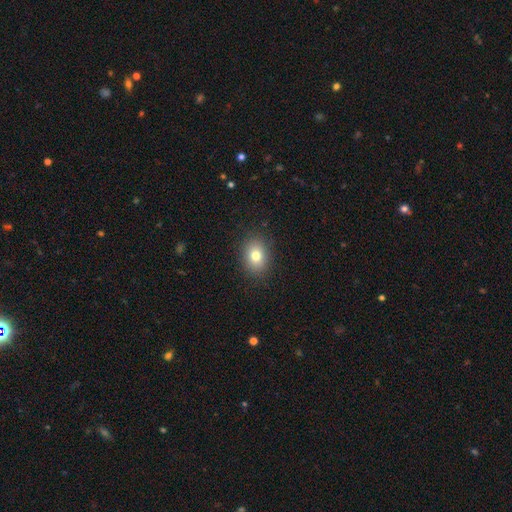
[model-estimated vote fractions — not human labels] Morphology: type=smooth (78%); roundness=in between (60%); merging=none (88%).